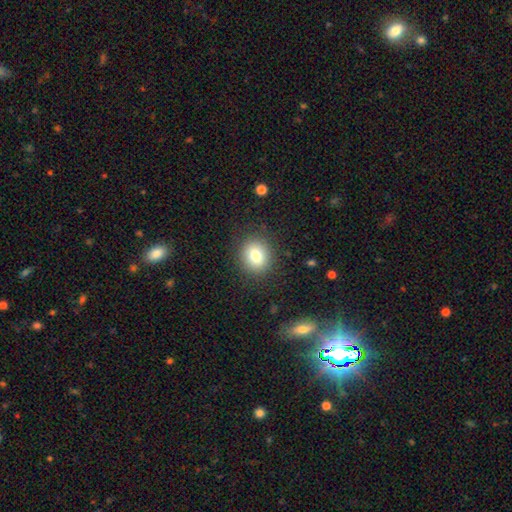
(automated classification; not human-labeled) A smooth galaxy with no disk features (79%) that is round (75%).

Vote fractions:
- Smooth or featured? smooth: 79% / star or artifact: 11% / featured or disk: 11%
- How rounded? round: 75% / in between: 24% / cigar-shaped: 1%
- Merging? none: 87% / minor disturbance: 8% / major disturbance: 3% / merger: 1%